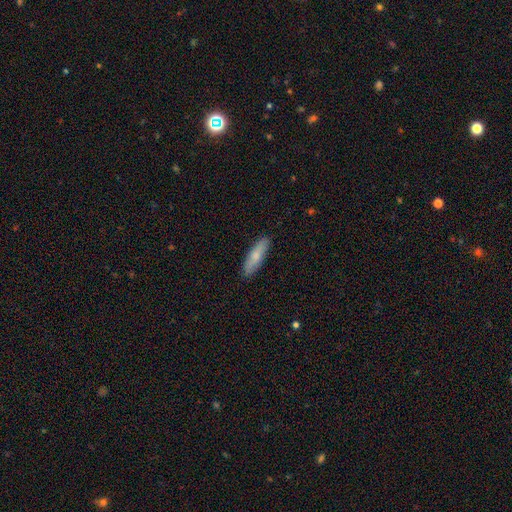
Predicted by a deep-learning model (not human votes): Overall: smooth (74%). How rounded: cigar-shaped (65%; in between 33%). Merging: none (88%).